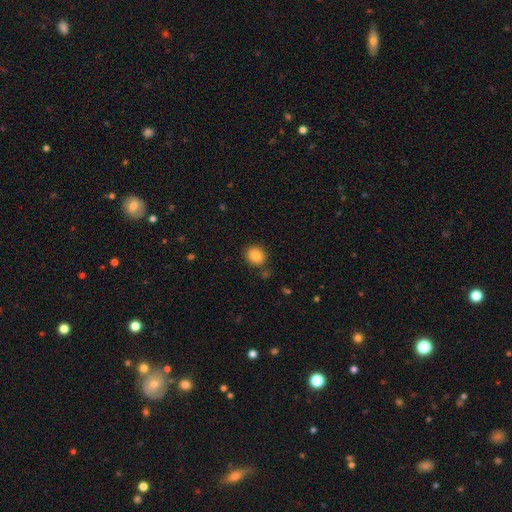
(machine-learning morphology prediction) Smooth or featured? Predicted: smooth (p=0.85). How rounded? Predicted: round (p=0.74). Merging? Predicted: none (p=0.84).